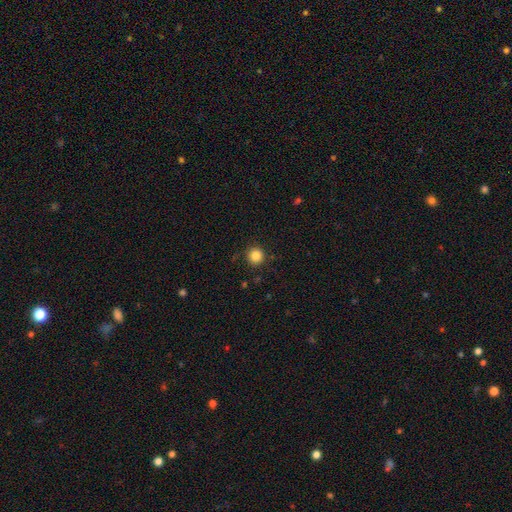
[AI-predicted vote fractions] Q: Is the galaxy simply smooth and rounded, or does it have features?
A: smooth — 85%.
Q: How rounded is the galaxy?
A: round — 94%.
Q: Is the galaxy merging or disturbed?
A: none — 89%.